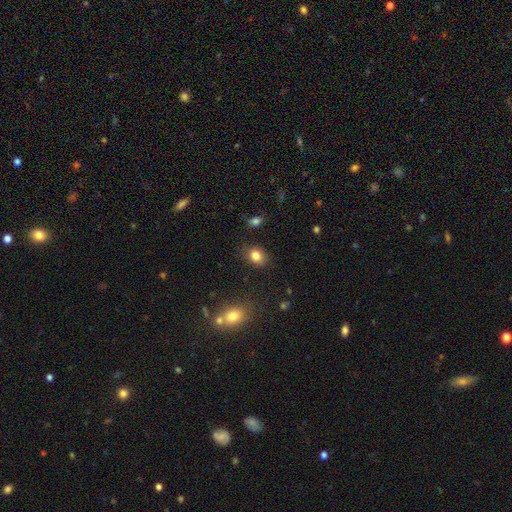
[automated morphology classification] Smooth or featured?
  - smooth: 83% *
  - star or artifact: 10%
  - featured or disk: 6%
How rounded?
  - in between: 62% *
  - round: 37%
  - cigar-shaped: 1%
Merging?
  - none: 81% *
  - minor disturbance: 13%
  - major disturbance: 3%
  - merger: 2%